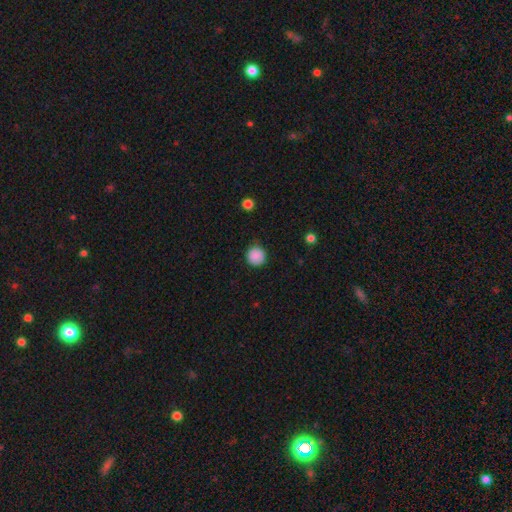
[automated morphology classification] type=smooth (88%); roundness=round (95%); merging=none (85%).